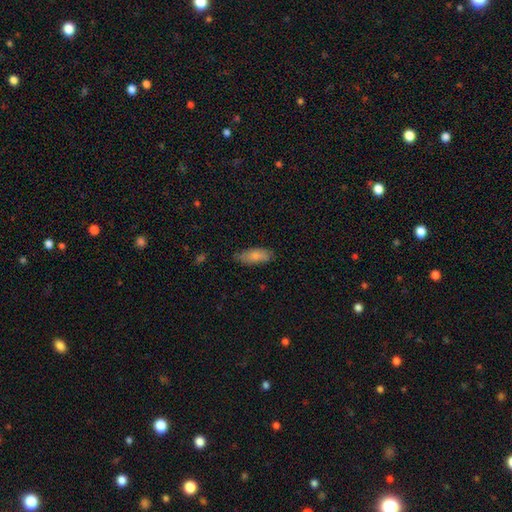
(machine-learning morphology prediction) The model was most divided on "merging": none: 74%, minor disturbance: 21%, major disturbance: 4%, merger: 1%. More confident: smooth or featured — smooth (81%); how rounded — in between (79%).